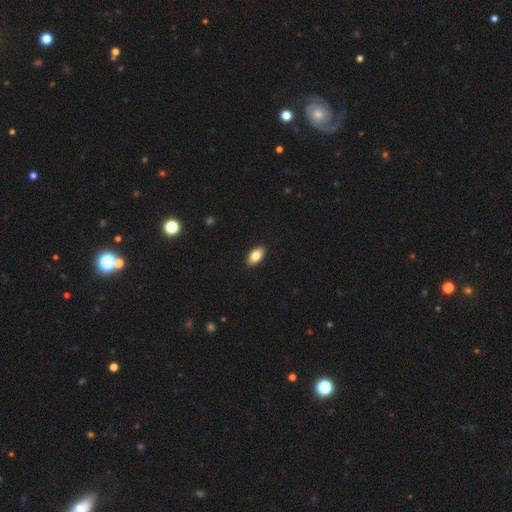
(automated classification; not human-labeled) A smooth galaxy with no disk features (83%) that is in between round and cigar-shaped (93%). Merging: none (91%).